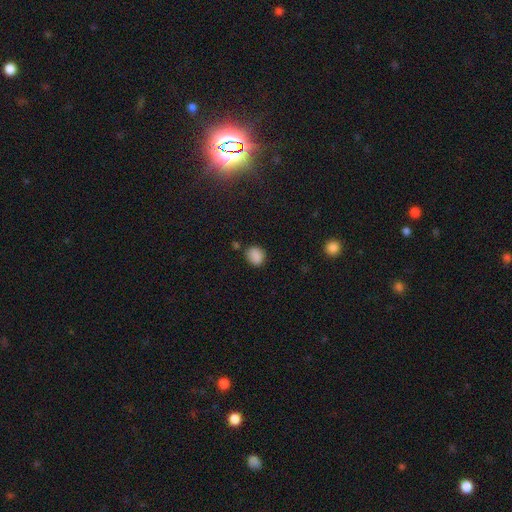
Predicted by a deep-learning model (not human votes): Overall: smooth (85%). How rounded: round (64%; in between 34%). Merging: none (73%).